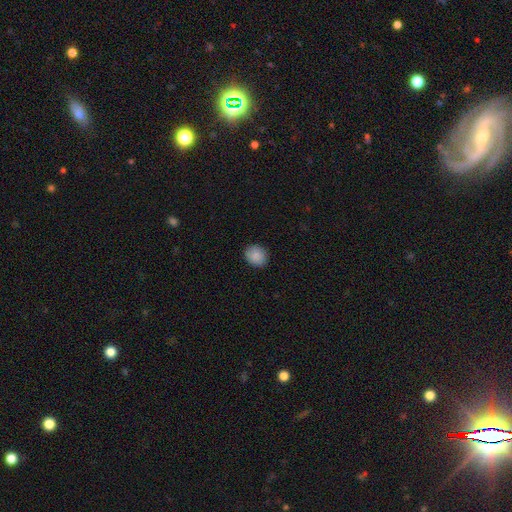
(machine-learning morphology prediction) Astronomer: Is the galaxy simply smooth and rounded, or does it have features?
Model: smooth — 88%.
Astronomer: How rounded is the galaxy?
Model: round — 68%.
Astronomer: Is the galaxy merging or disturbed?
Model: none — 87%.